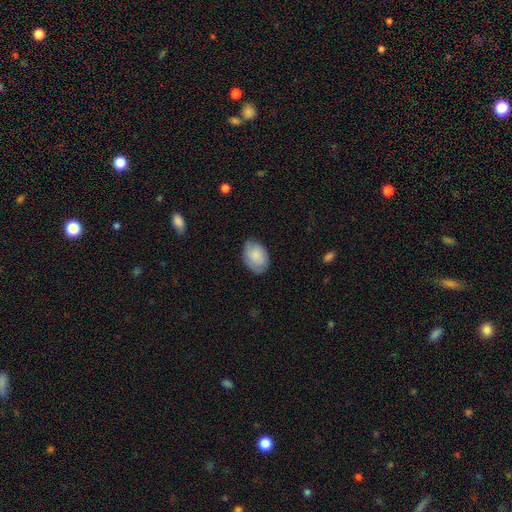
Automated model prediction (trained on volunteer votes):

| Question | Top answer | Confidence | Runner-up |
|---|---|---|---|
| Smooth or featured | smooth | 78% | featured or disk (15%) |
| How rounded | in between | 79% | round (20%) |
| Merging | none | 71% | minor disturbance (24%) |